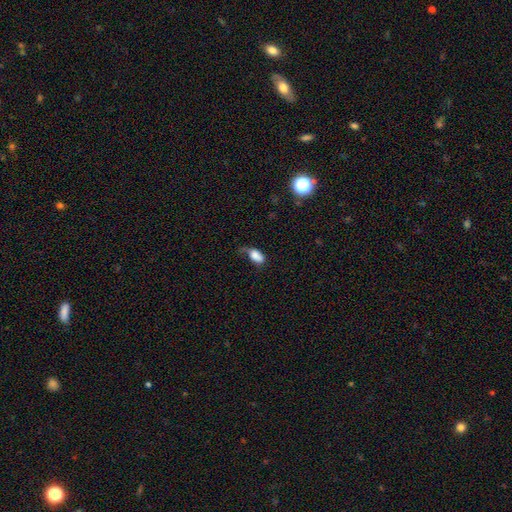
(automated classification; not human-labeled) Smooth or featured? smooth (83%)
How rounded? in between (91%)
Merging? none (36%, tied with minor disturbance)